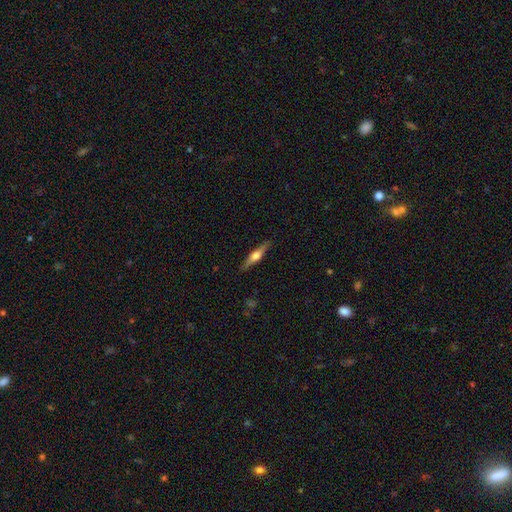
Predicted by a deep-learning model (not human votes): The model was most divided on "smooth or featured": featured or disk: 63%, smooth: 31%, star or artifact: 6%. More confident: edge-on disk — yes (97%); edge-on bulge — rounded (91%); merging — none (89%).